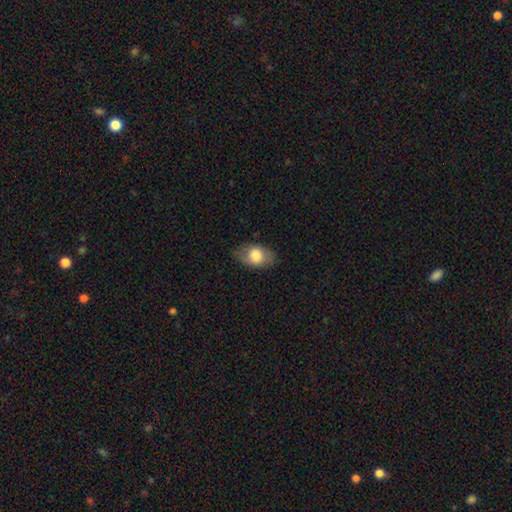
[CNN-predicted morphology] type=smooth (75%); roundness=in between (85%); merging=none (80%).